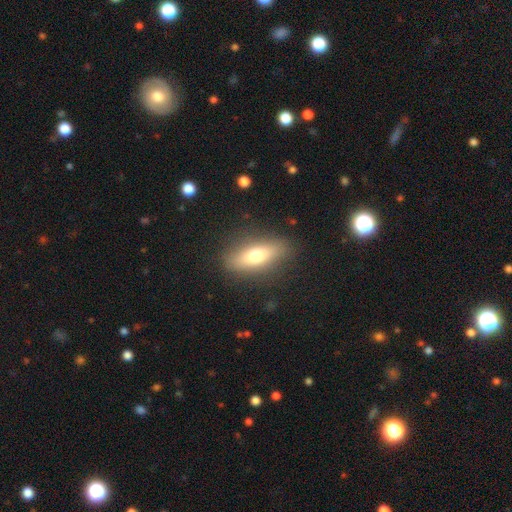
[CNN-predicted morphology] This is likely a smooth galaxy (65%). How rounded: possibly in between (59%). Merging: clearly none (86%).